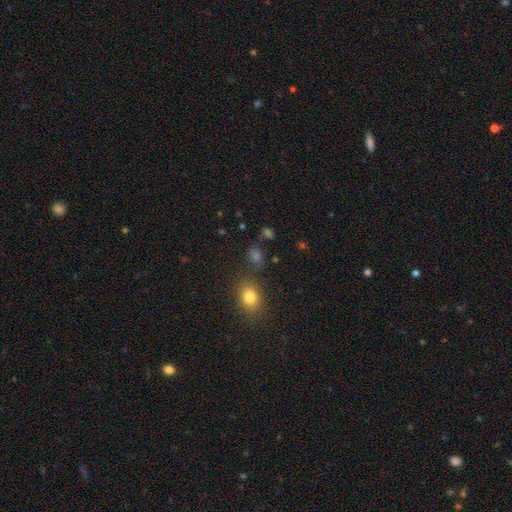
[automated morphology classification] This appears to be a smooth galaxy with no disk features (66%) that is round (53%). Merging: none (76%).